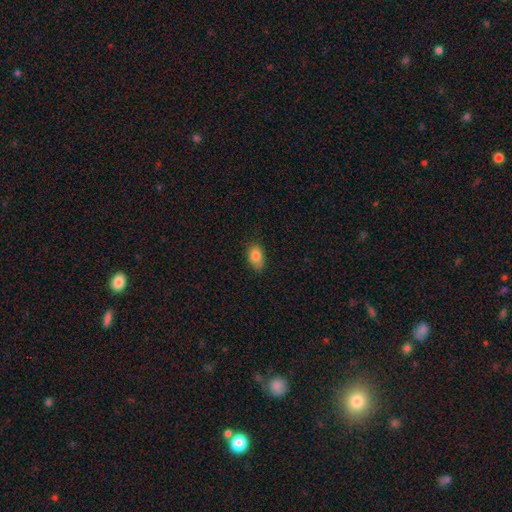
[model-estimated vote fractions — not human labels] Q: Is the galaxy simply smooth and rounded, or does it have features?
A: smooth — 83%.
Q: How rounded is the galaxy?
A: in between — 86%.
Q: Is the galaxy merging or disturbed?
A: none — 76%.